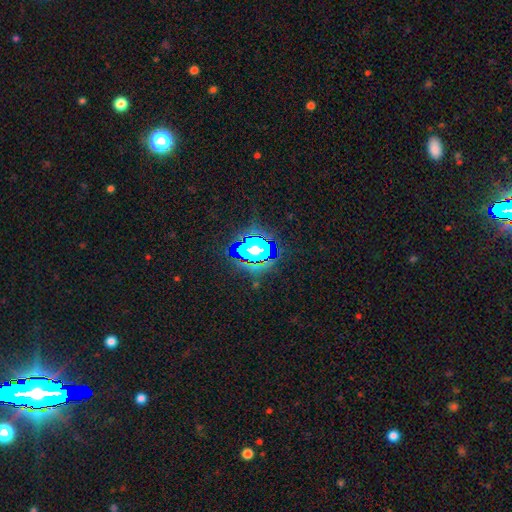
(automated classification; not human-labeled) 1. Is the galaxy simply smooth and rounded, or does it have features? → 52% star or artifact, 28% smooth, 20% featured or disk.